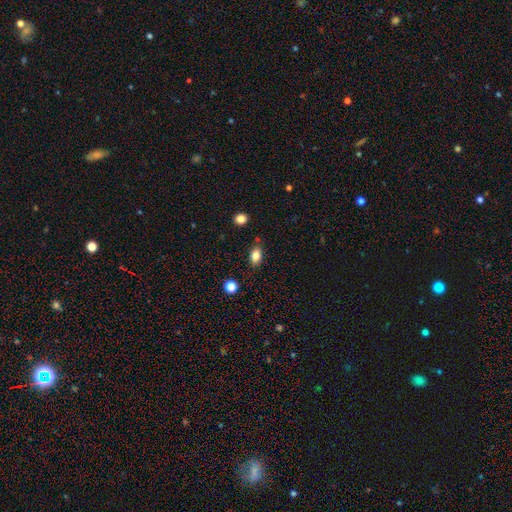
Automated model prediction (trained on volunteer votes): Smooth or featured: smooth — 83% (star or artifact — 10%)
How rounded: in between — 83% (round — 14%)
Merging: none — 81% (minor disturbance — 13%)